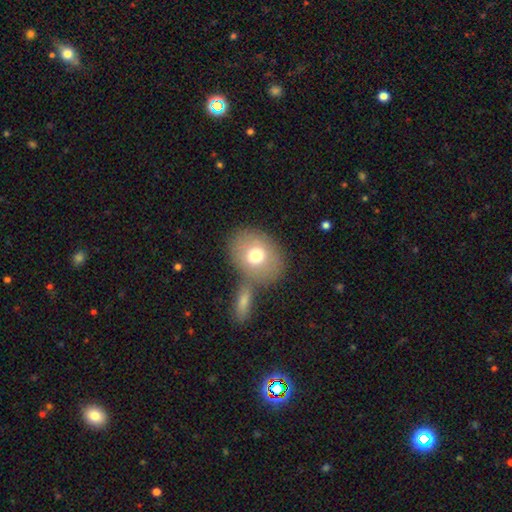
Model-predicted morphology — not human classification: type=smooth (72%); roundness=in between (52%); merging=none (56%).